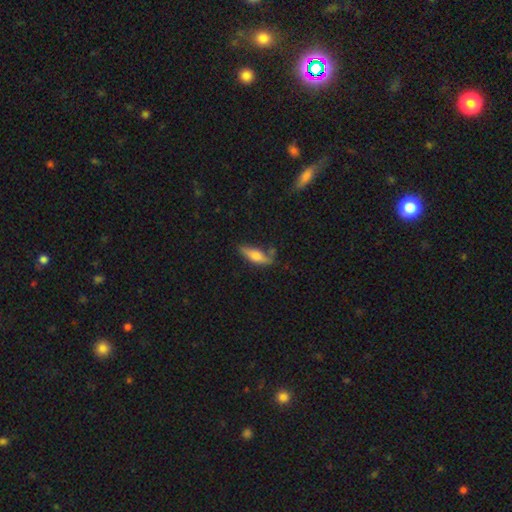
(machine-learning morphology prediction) Smooth or featured: smooth — 65% (featured or disk — 28%)
How rounded: cigar-shaped — 49% (in between — 48%)
Merging: none — 59% (minor disturbance — 26%)